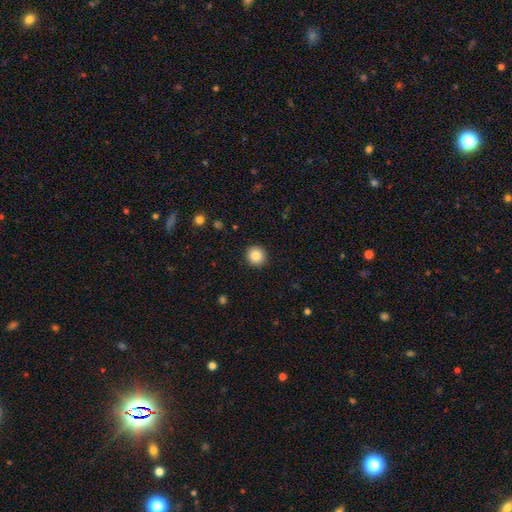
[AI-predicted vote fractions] smooth 85%, star or artifact 10%, featured or disk 6%. Down the decision tree: how rounded — round (94%); merging — none (93%).